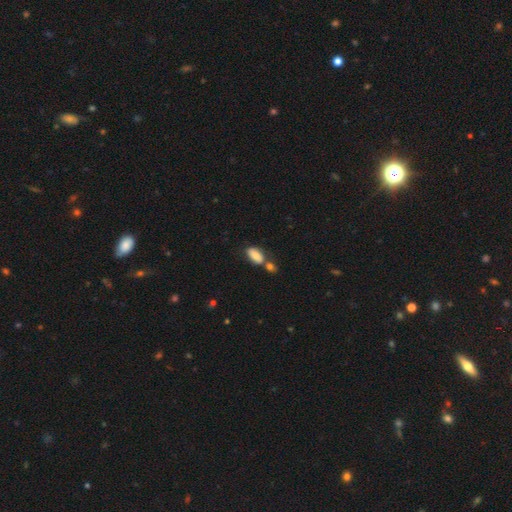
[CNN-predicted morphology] Smooth or featured? smooth (80%)
How rounded? in between (90%)
Merging? none (44%)